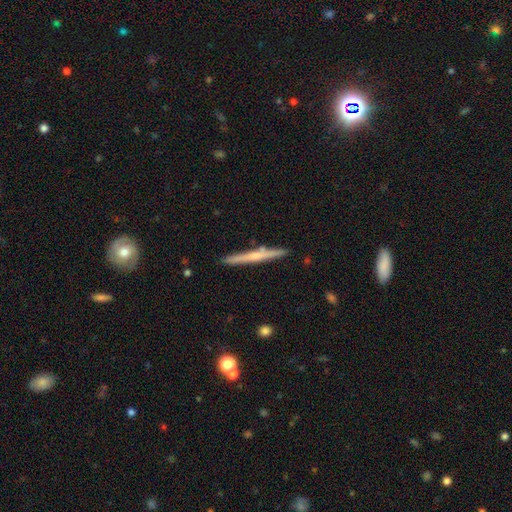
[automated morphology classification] Overall: featured or disk (54%; smooth 41%). Edge-on disk: yes (97%). Edge-on bulge: none (50%; rounded 43%). Merging: none (88%).